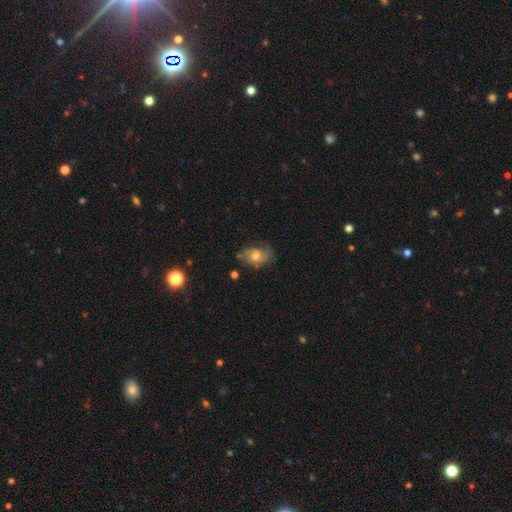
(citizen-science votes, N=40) This is possibly a smooth galaxy (48%). How rounded: clearly in between (95%). Merging: possibly none (50%).